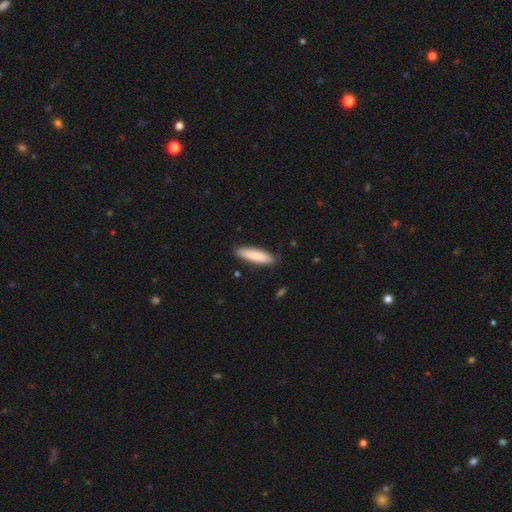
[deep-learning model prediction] A smooth galaxy with no disk features (86%) that is cigar-shaped (68%).

Vote fractions:
- Smooth or featured? smooth: 86% / featured or disk: 8% / star or artifact: 5%
- How rounded? cigar-shaped: 68% / in between: 31% / round: 1%
- Merging? none: 85% / minor disturbance: 12% / major disturbance: 2% / merger: 1%